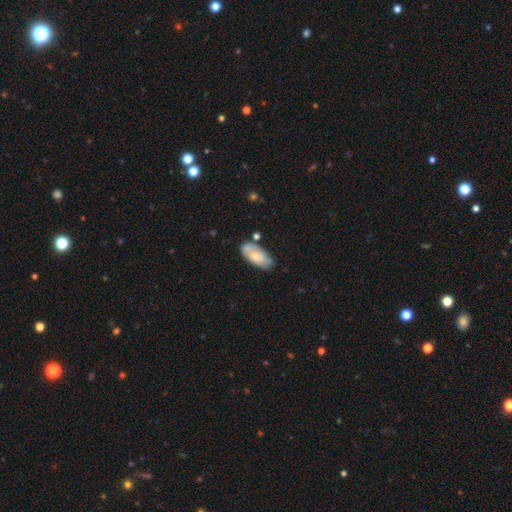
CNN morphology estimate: type=smooth (60%); roundness=in between (89%); merging=none (55%).